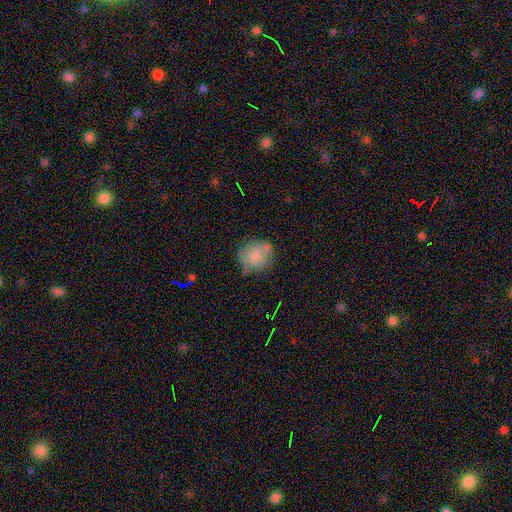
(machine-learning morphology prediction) A smooth galaxy with no disk features (71%) that is round (80%). Merging: none (57%).